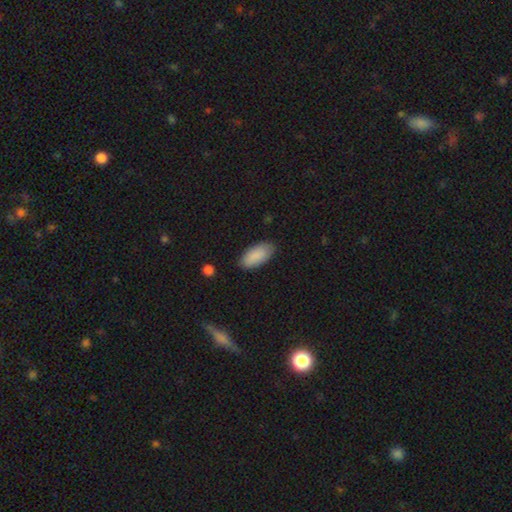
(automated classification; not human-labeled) A smooth galaxy with no disk features (89%) that is in between round and cigar-shaped (92%).

Vote fractions:
- Smooth or featured? smooth: 89% / star or artifact: 6% / featured or disk: 5%
- How rounded? in between: 92% / cigar-shaped: 6% / round: 2%
- Merging? none: 83% / minor disturbance: 14% / major disturbance: 3% / merger: 1%